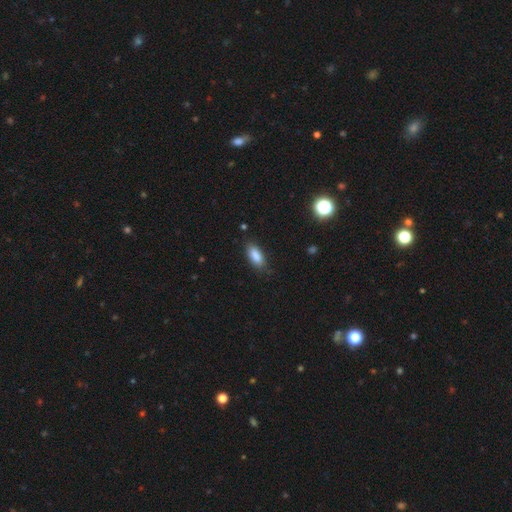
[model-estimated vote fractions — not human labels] A smooth galaxy with no disk features (86%) that is in between round and cigar-shaped (84%).

Vote fractions:
- Smooth or featured? smooth: 86% / star or artifact: 8% / featured or disk: 6%
- How rounded? in between: 84% / cigar-shaped: 14% / round: 2%
- Merging? none: 81% / minor disturbance: 15% / major disturbance: 3% / merger: 1%